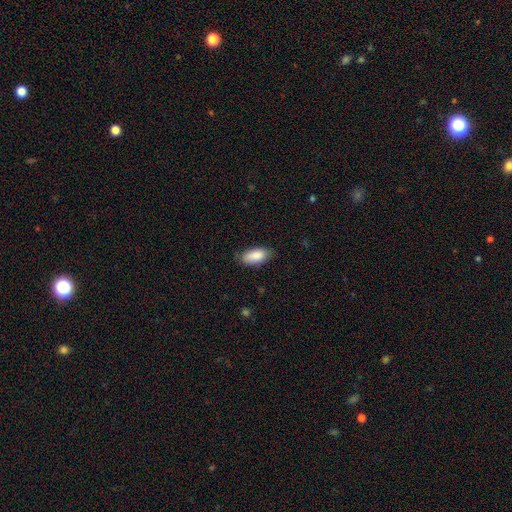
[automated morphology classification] A smooth galaxy with no disk features (88%) that is in between round and cigar-shaped (90%).

Vote fractions:
- Smooth or featured? smooth: 88% / star or artifact: 6% / featured or disk: 6%
- How rounded? in between: 90% / cigar-shaped: 8% / round: 2%
- Merging? none: 78% / minor disturbance: 18% / major disturbance: 3% / merger: 1%